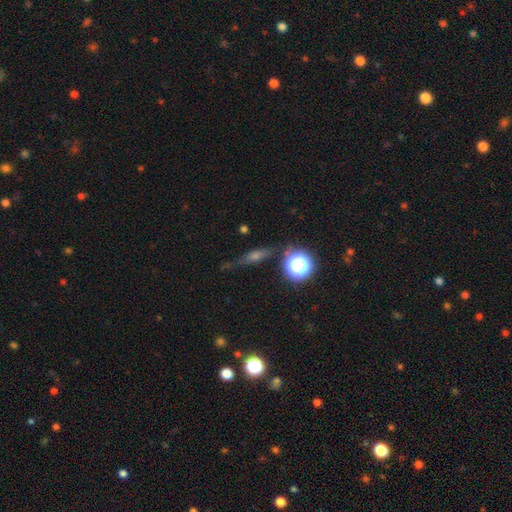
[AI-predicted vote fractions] Smooth or featured? Predicted: smooth (p=0.35). Merging? Predicted: none (p=0.73).